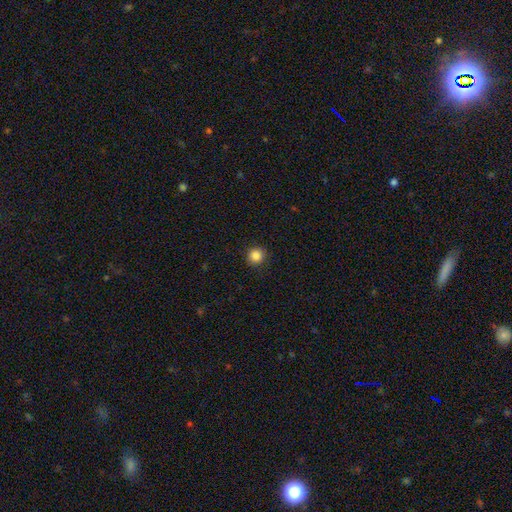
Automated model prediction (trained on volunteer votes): smooth-or-featured: smooth: 86% | star or artifact: 11% | featured or disk: 3%
  how-rounded: round: 94% | in between: 5% | cigar-shaped: 1%
  merging: none: 92% | minor disturbance: 5% | major disturbance: 2% | merger: 1%